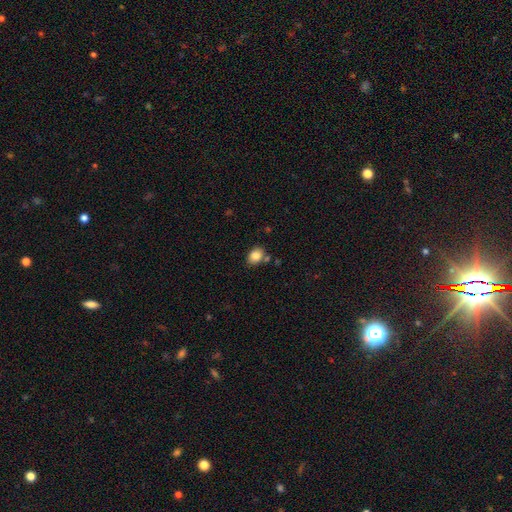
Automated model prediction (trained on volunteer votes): This appears to be a smooth galaxy with no disk features (84%) that is in between round and cigar-shaped (66%). Merging: none (73%).